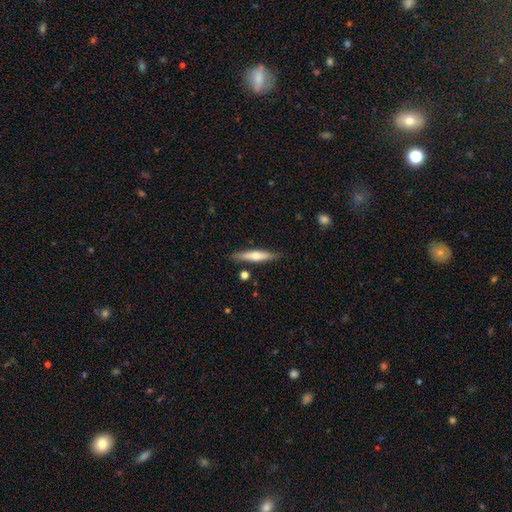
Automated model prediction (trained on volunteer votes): Morphology: type=smooth (50%); merging=none (85%).